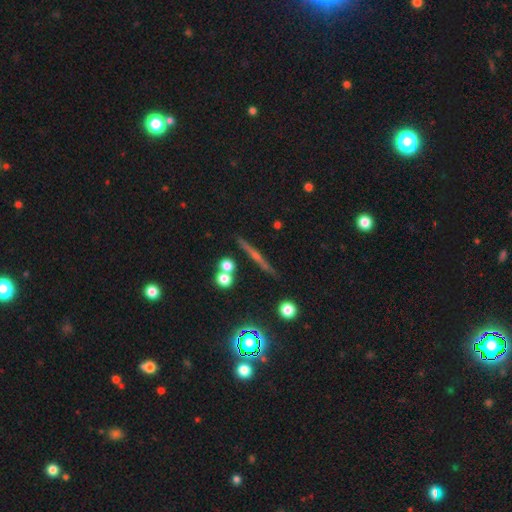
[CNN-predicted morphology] type=featured or disk (65%); edge-on=yes (96%); edge-on bulge=rounded (73%); merging=none (86%).